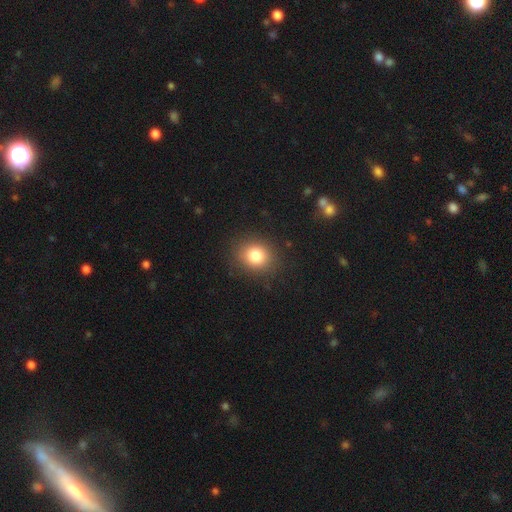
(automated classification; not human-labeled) The model was most divided on "how rounded": round: 70%, in between: 29%, cigar-shaped: 1%. More confident: merging — none (88%); smooth or featured — smooth (82%).